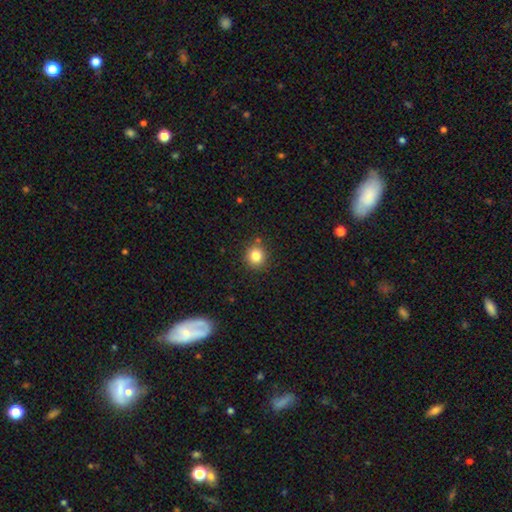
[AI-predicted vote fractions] Q: Smooth or featured?
A: smooth (83%); runner-up: star or artifact (11%)
Q: How rounded?
A: round (90%); runner-up: in between (9%)
Q: Merging?
A: none (86%); runner-up: minor disturbance (8%)